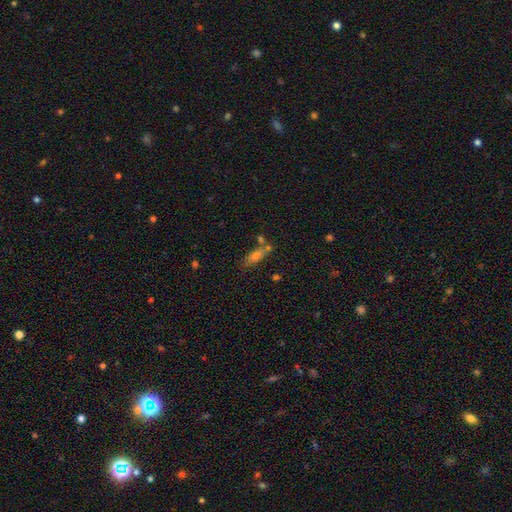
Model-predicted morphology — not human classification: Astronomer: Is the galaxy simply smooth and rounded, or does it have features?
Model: smooth — 64%.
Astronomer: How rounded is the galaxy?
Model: in between — 55% (runner-up: cigar-shaped, 40%).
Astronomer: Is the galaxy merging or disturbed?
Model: none — 57%.